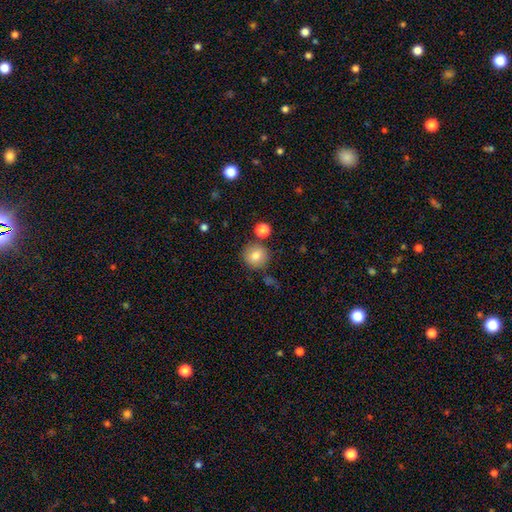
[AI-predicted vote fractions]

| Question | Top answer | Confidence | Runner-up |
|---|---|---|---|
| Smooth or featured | smooth | 81% | star or artifact (10%) |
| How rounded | round | 92% | in between (7%) |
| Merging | none | 82% | minor disturbance (9%) |